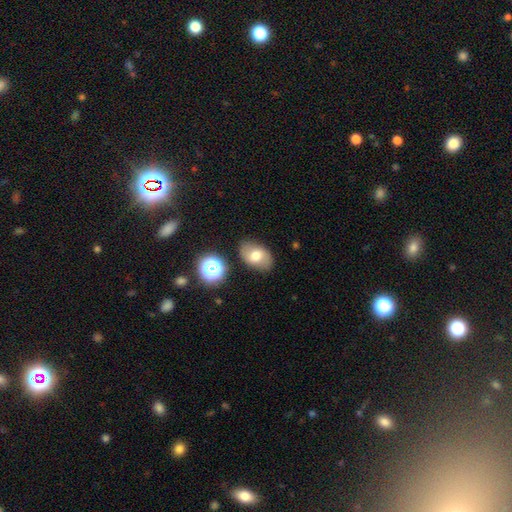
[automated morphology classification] Smooth or featured: smooth — 65% (featured or disk — 26%)
How rounded: in between — 84% (round — 15%)
Merging: none — 80% (minor disturbance — 14%)